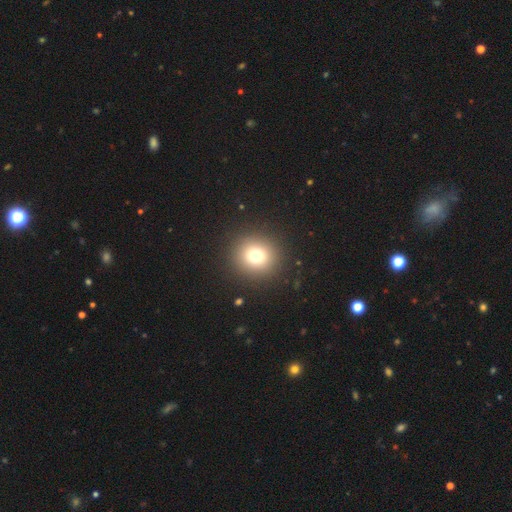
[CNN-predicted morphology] This is likely a smooth galaxy (75%). How rounded: clearly round (91%). Merging: clearly none (91%).